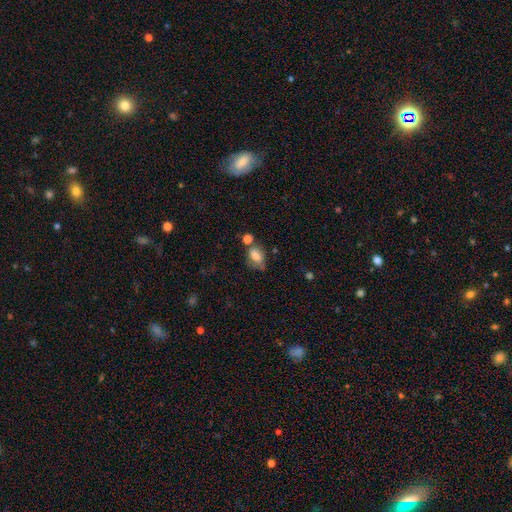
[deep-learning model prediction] Overall: smooth (77%). How rounded: in between (82%). Merging: none (41%; minor disturbance 25%).